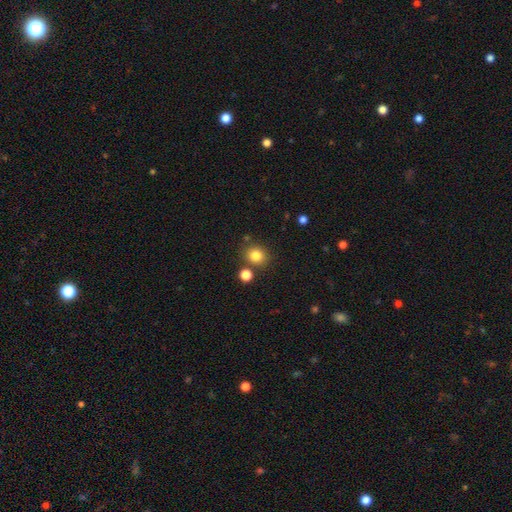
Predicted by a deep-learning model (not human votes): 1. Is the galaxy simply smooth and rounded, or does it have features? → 83% smooth, 12% star or artifact, 5% featured or disk.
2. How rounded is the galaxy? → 81% round, 18% in between, 1% cigar-shaped.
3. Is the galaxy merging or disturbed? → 79% none, 9% merger, 9% minor disturbance, 3% major disturbance.